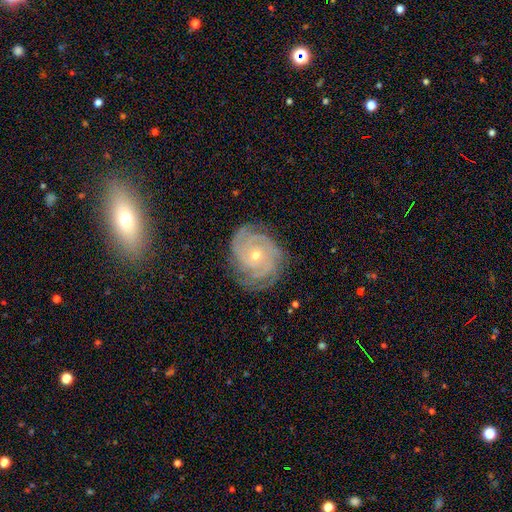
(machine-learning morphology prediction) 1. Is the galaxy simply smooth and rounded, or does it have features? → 88% featured or disk, 6% star or artifact, 6% smooth.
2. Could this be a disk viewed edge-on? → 97% no, 3% yes.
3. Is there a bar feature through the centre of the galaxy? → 79% no, 16% weak, 5% strong.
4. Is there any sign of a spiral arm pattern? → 98% yes, 2% no.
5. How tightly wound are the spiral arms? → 78% tight, 19% medium, 3% loose.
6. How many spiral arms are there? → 28% 3, 22% 4, 20% can't tell, 14% 2, 9% more than 4, 7% 1.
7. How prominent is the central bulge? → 60% small, 38% moderate, 1% large, 1% none, 1% dominant.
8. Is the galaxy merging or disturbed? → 79% none, 15% minor disturbance, 4% major disturbance, 1% merger.